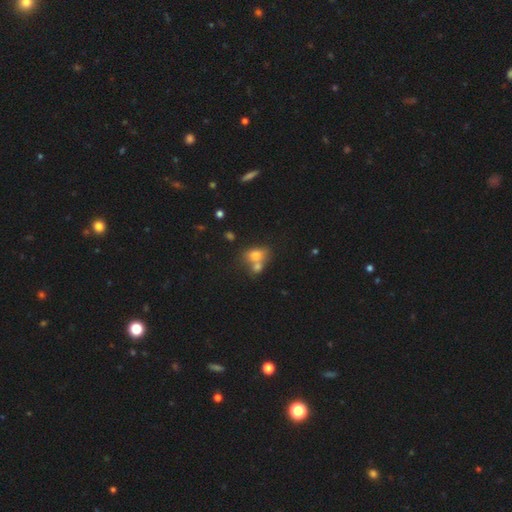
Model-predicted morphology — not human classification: Smooth or featured? smooth (74%)
How rounded? in between (61%)
Merging? merger (52%)